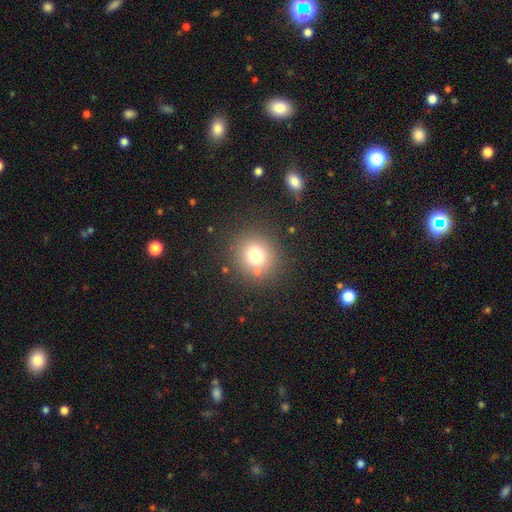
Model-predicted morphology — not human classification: The model was most divided on "smooth or featured": smooth: 74%, star or artifact: 15%, featured or disk: 11%. More confident: how rounded — round (89%); merging — none (82%).